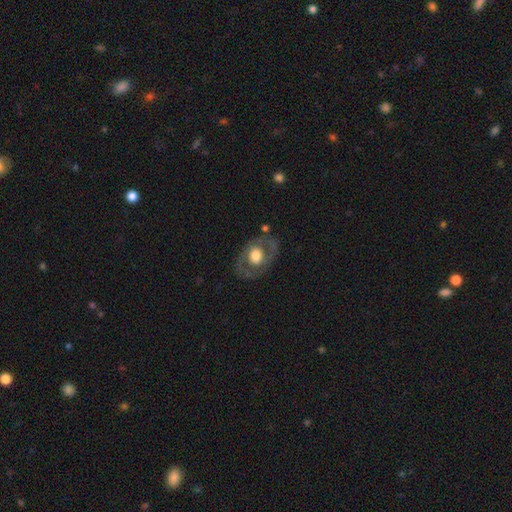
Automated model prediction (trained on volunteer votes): A featured or disk galaxy (57%) with no bar (82%), no spiral arms (67%) and a large central bulge (50%). Merging: none (76%).